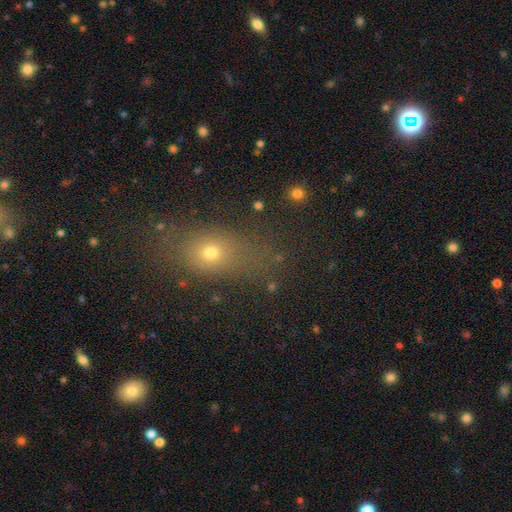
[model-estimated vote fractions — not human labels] Smooth or featured: smooth — 59% (star or artifact — 26%)
How rounded: in between — 53% (round — 33%)
Merging: none — 73% (minor disturbance — 16%)